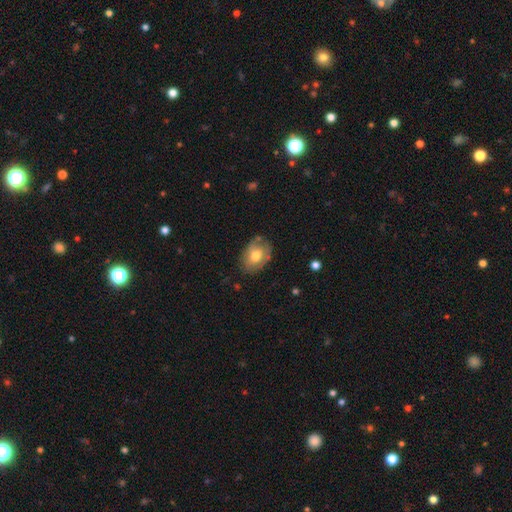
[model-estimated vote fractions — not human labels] Smooth or featured: smooth — 64% (featured or disk — 29%)
How rounded: in between — 78% (round — 20%)
Merging: none — 70% (minor disturbance — 23%)